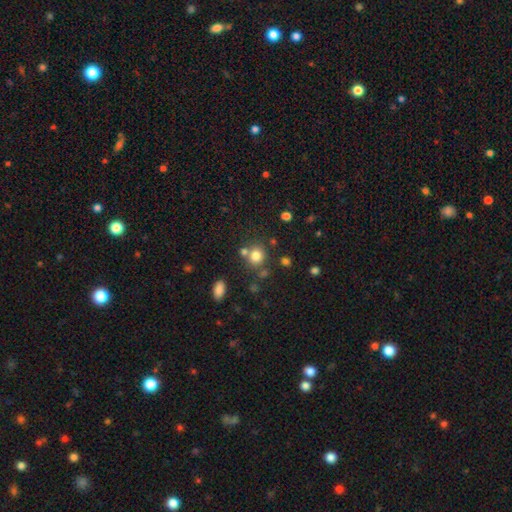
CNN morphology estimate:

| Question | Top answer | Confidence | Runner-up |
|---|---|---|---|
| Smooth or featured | smooth | 79% | star or artifact (13%) |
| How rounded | round | 78% | in between (21%) |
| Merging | none | 66% | merger (19%) |